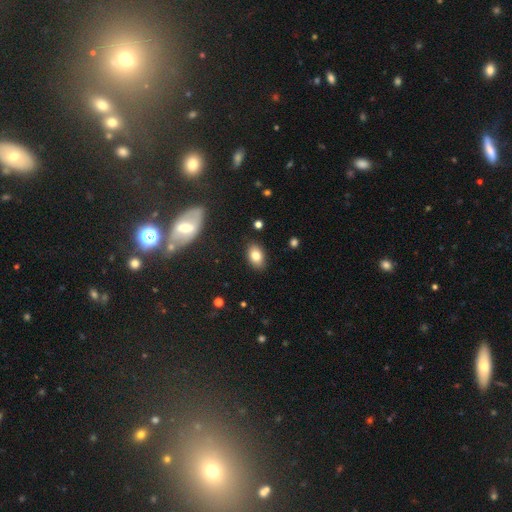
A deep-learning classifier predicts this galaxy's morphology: A smooth galaxy with no disk features (80%) that is in between round and cigar-shaped (87%). Merging: none (86%).